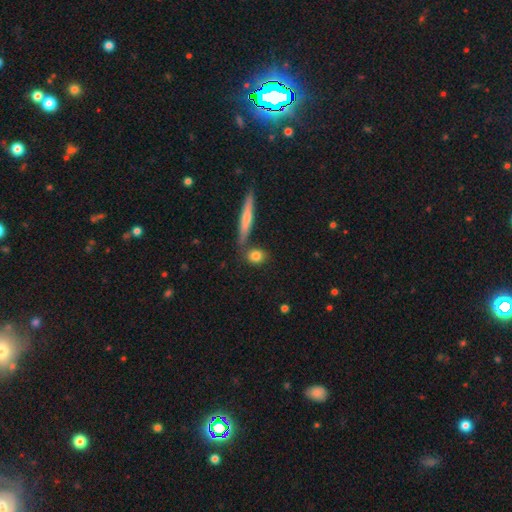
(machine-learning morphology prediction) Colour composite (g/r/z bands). It shows a smooth galaxy with no disk features (80%) that is round (53%). Merging: none (72%).